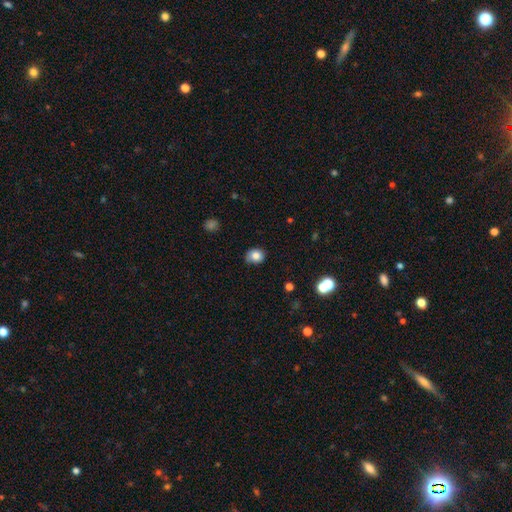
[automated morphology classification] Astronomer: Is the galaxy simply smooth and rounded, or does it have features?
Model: smooth — 82%.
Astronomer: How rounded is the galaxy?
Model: round — 63%.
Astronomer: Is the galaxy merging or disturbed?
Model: none — 77%.